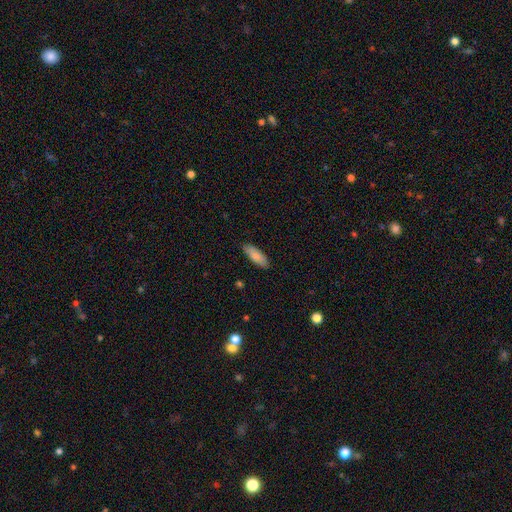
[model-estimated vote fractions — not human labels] Smooth or featured?
  - smooth: 85% *
  - featured or disk: 9%
  - star or artifact: 6%
How rounded?
  - in between: 67% *
  - cigar-shaped: 31%
  - round: 2%
Merging?
  - none: 86% *
  - minor disturbance: 11%
  - major disturbance: 2%
  - merger: 1%